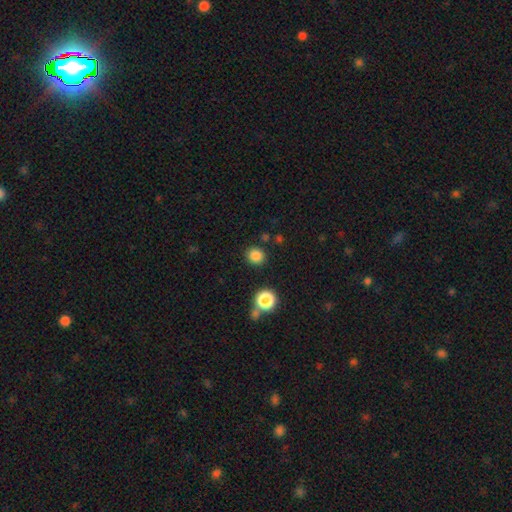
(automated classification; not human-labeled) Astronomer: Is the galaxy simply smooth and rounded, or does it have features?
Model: smooth — 83%.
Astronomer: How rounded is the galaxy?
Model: round — 88%.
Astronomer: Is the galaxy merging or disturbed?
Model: none — 86%.